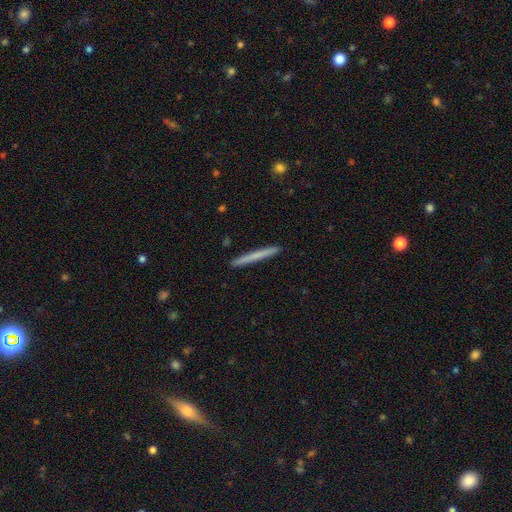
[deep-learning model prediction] Smooth or featured? Predicted: smooth (p=0.65). How rounded? Predicted: cigar-shaped (p=0.97). Merging? Predicted: none (p=0.93).